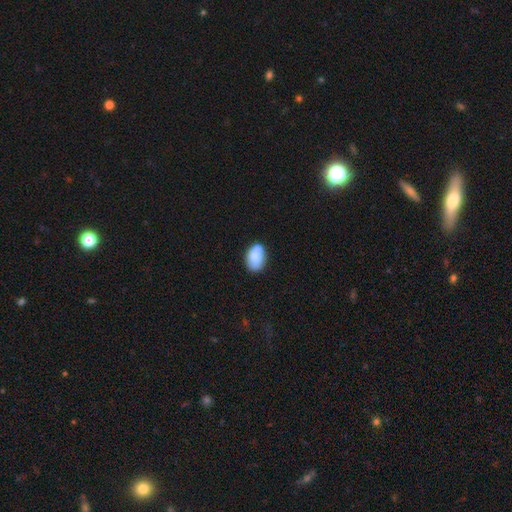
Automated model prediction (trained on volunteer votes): Smooth or featured?
  - smooth: 74% *
  - featured or disk: 18%
  - star or artifact: 8%
How rounded?
  - in between: 83% *
  - round: 16%
  - cigar-shaped: 1%
Merging?
  - none: 54% *
  - minor disturbance: 21%
  - merger: 19%
  - major disturbance: 5%